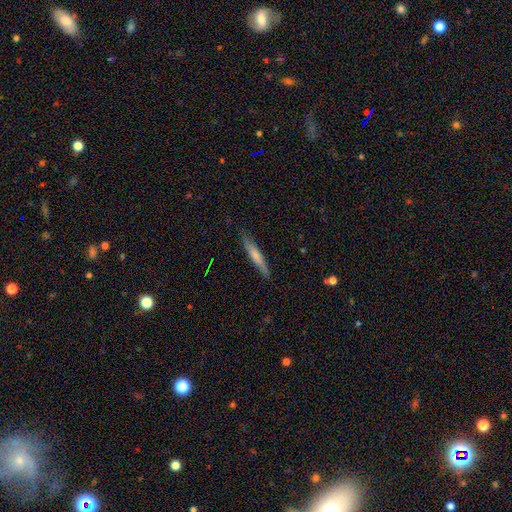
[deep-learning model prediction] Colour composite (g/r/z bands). It shows a smooth galaxy with no disk features (65%) that is cigar-shaped (93%). Merging: none (86%).